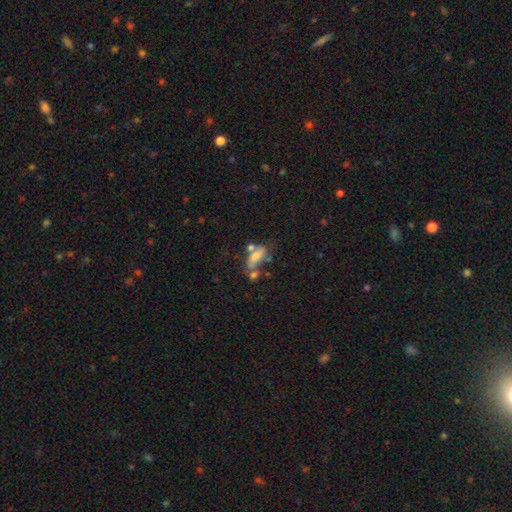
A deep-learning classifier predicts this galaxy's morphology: Smooth or featured? smooth (62%)
How rounded? in between (77%)
Merging? merger (38%)